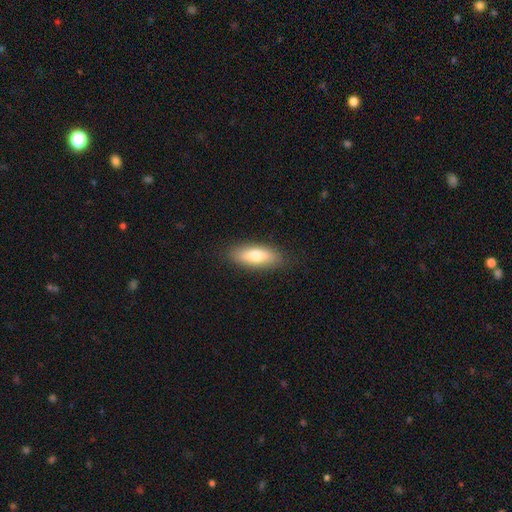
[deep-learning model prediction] The model was most divided on "how rounded": in between: 70%, cigar-shaped: 28%, round: 3%. More confident: merging — none (87%); smooth or featured — smooth (73%).